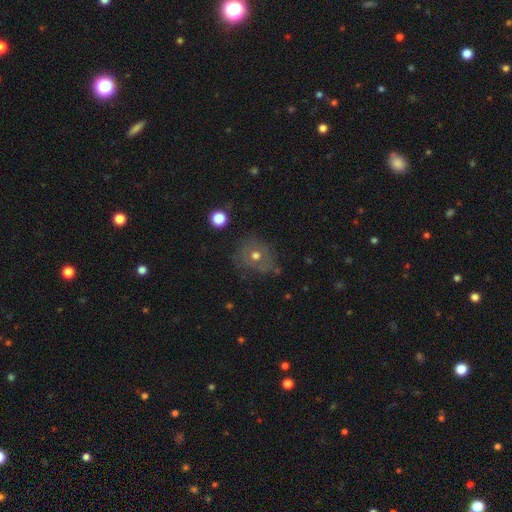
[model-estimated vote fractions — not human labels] The model was most divided on "smooth or featured": smooth: 53%, featured or disk: 34%, star or artifact: 12%. More confident: how rounded — round (77%); merging — none (68%).